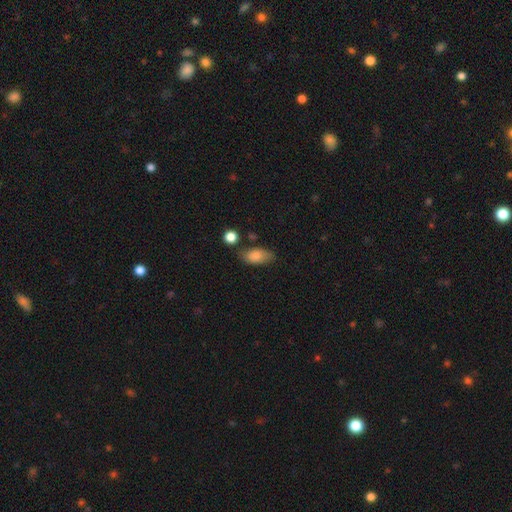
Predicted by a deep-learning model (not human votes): This is clearly a smooth galaxy (83%). How rounded: clearly in between (89%). Merging: likely none (69%).